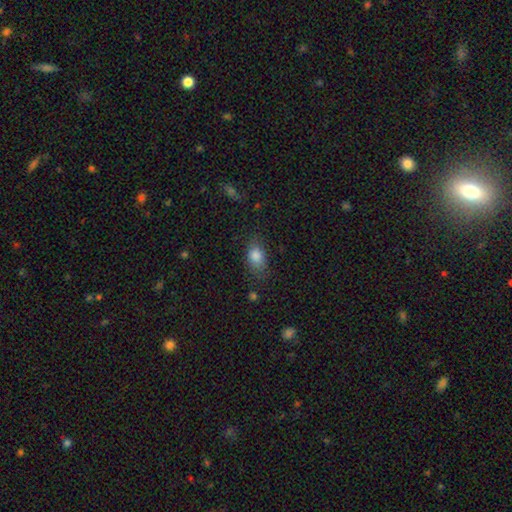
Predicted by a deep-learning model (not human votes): smooth-or-featured: smooth: 83% | star or artifact: 9% | featured or disk: 7%
  how-rounded: in between: 82% | round: 16% | cigar-shaped: 3%
  merging: none: 71% | minor disturbance: 20% | major disturbance: 7% | merger: 2%